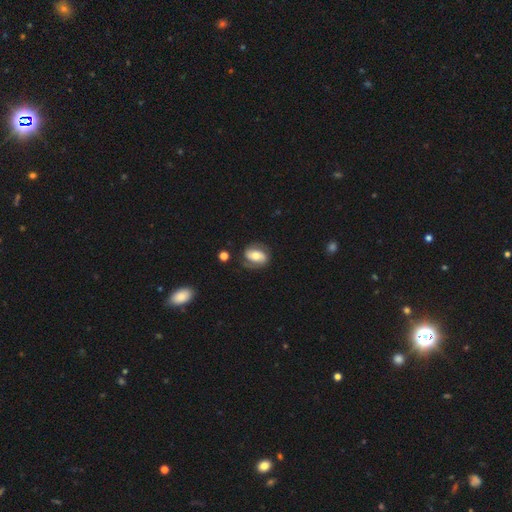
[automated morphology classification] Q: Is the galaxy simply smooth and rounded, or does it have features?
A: featured or disk — 54%.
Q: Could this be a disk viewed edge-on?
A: no — 95%.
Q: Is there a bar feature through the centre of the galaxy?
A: no — 39%.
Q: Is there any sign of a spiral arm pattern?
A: yes — 80%.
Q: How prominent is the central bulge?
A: moderate — 63%.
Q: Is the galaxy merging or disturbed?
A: none — 68%.